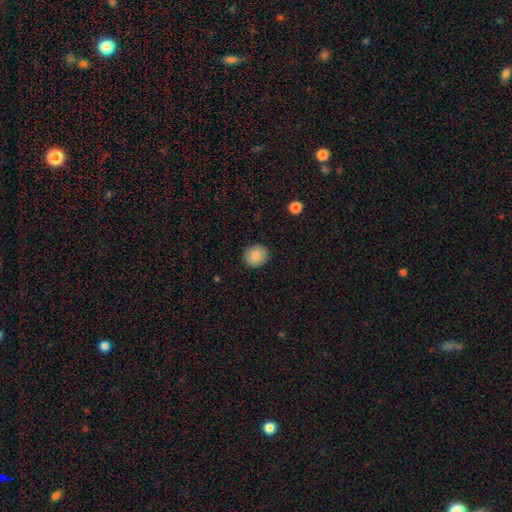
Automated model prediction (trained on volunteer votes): Smooth or featured? Predicted: smooth (p=0.86). How rounded? Predicted: round (p=0.82). Merging? Predicted: none (p=0.90).